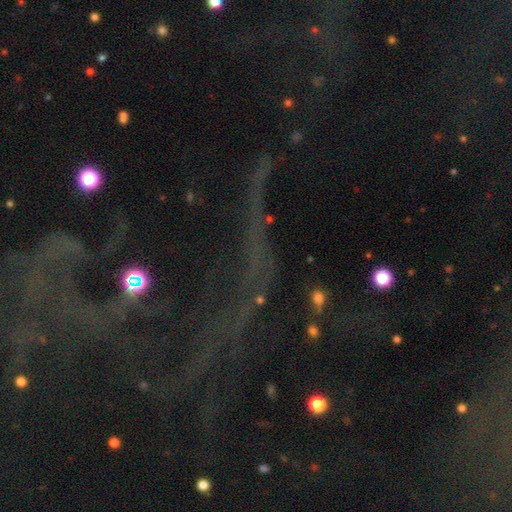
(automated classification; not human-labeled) Smooth or featured? Predicted: star or artifact (p=0.65).